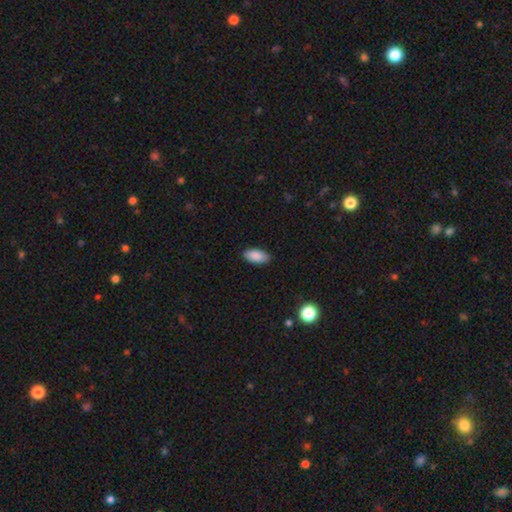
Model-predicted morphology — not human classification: Q: Smooth or featured?
A: smooth (89%); runner-up: star or artifact (7%)
Q: How rounded?
A: in between (93%); runner-up: cigar-shaped (5%)
Q: Merging?
A: none (87%); runner-up: minor disturbance (10%)